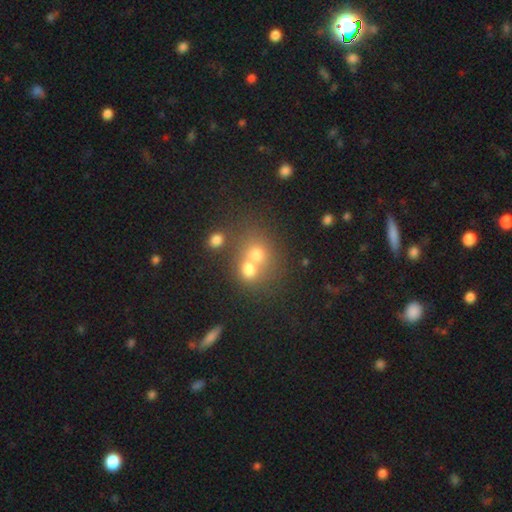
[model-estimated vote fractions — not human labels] This appears to be a smooth galaxy with no disk features (64%) that is round (72%). Merging: merger (60%).